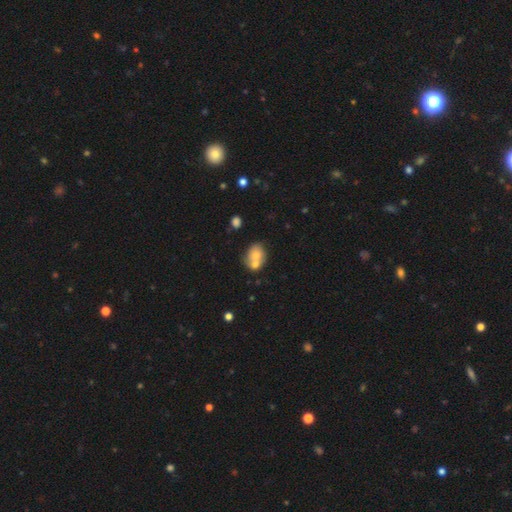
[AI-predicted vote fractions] Smooth or featured? smooth (67%)
How rounded? in between (52%)
Merging? merger (57%)